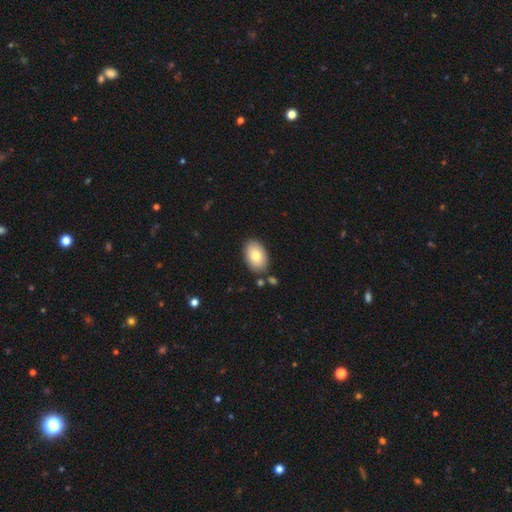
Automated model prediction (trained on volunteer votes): Overall: smooth (80%). How rounded: in between (90%). Merging: none (85%).